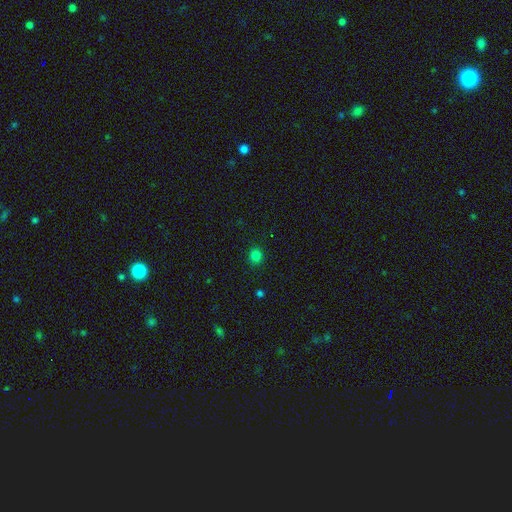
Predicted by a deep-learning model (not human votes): Smooth or featured? smooth (81%)
How rounded? round (83%)
Merging? none (90%)